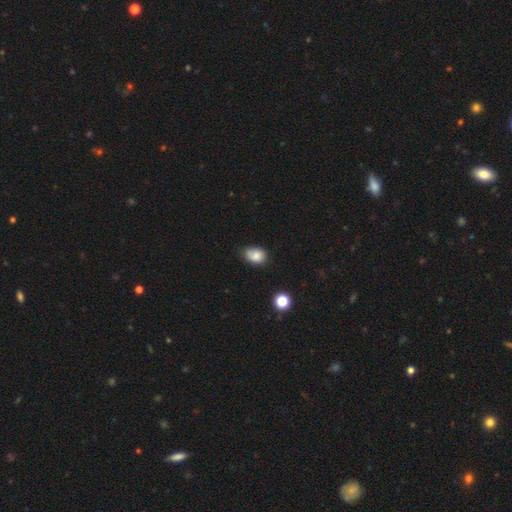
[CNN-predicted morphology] type=smooth (81%); roundness=in between (72%); merging=none (55%).